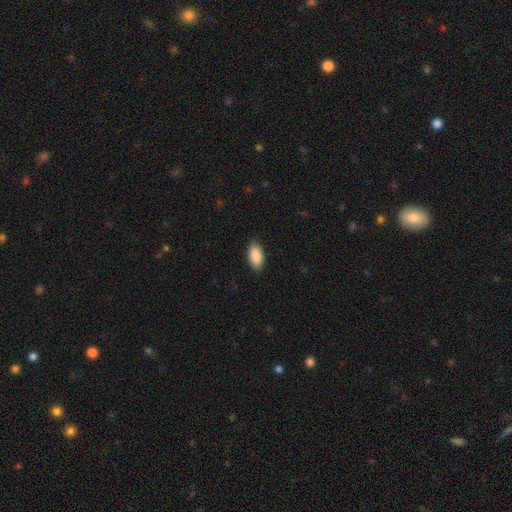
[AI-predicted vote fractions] This appears to be a smooth galaxy with no disk features (90%) that is in between round and cigar-shaped (94%). Merging: none (87%).